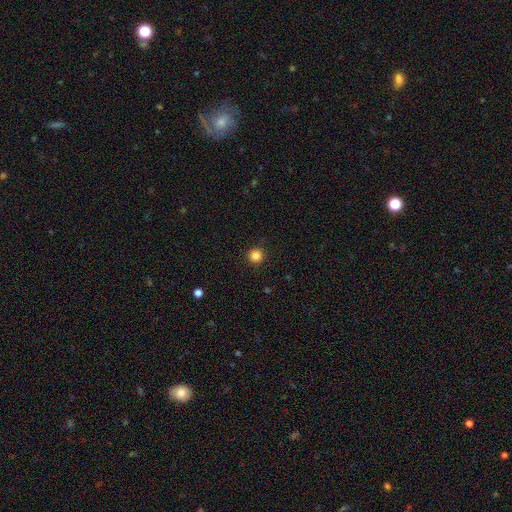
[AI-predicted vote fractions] smooth 85%, star or artifact 11%, featured or disk 4%. Down the decision tree: how rounded — round (96%); merging — none (93%).